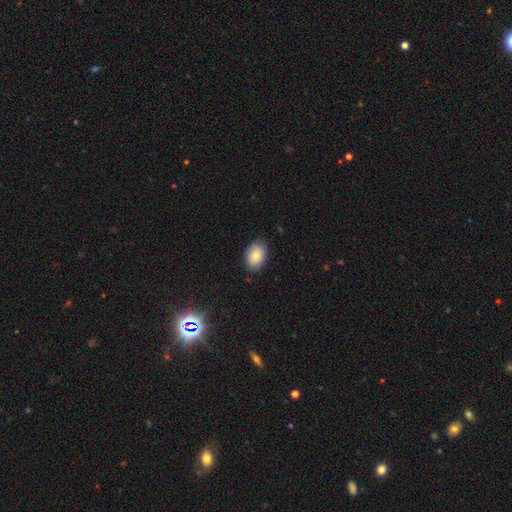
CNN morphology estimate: smooth-or-featured: smooth: 84% | featured or disk: 8% | star or artifact: 7%
  how-rounded: in between: 86% | round: 12% | cigar-shaped: 1%
  merging: none: 84% | minor disturbance: 12% | major disturbance: 2% | merger: 1%